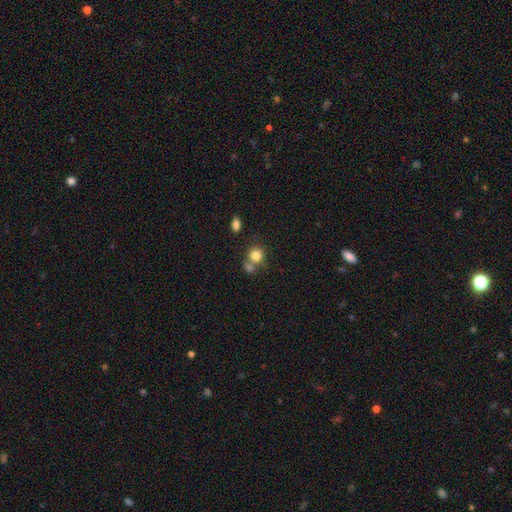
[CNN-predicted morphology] This appears to be a smooth galaxy with no disk features (81%) that is round (80%). Merging: none (51%).